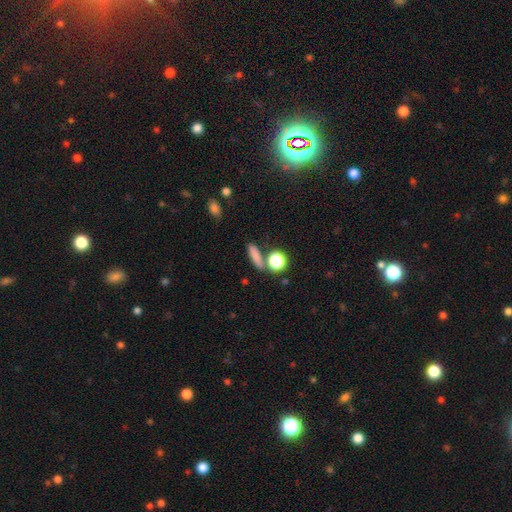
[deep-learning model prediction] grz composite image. It shows a smooth galaxy with no disk features (77%) that is cigar-shaped (56%). Merging: none (73%).